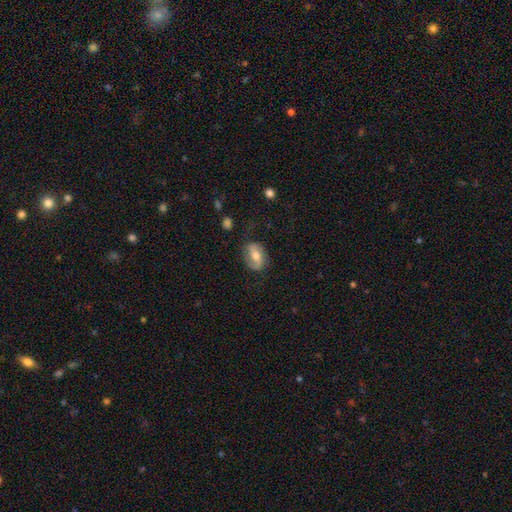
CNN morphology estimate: type=featured or disk (53%); edge-on=no (93%); merging=none (73%).